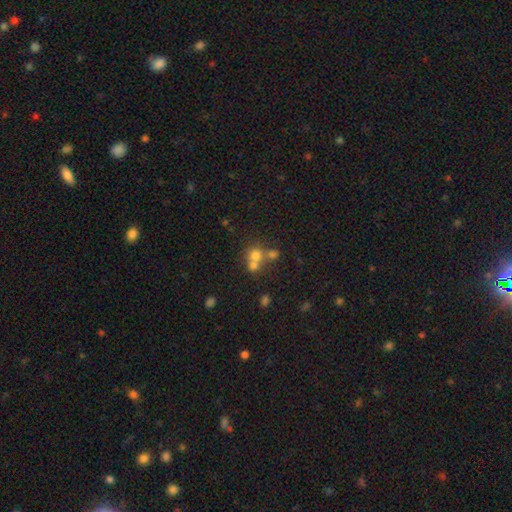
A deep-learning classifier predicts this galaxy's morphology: smooth-or-featured: smooth: 65% | featured or disk: 17% | star or artifact: 17%
  how-rounded: round: 82% | in between: 17% | cigar-shaped: 1%
  merging: merger: 52% | none: 37% | minor disturbance: 7% | major disturbance: 4%